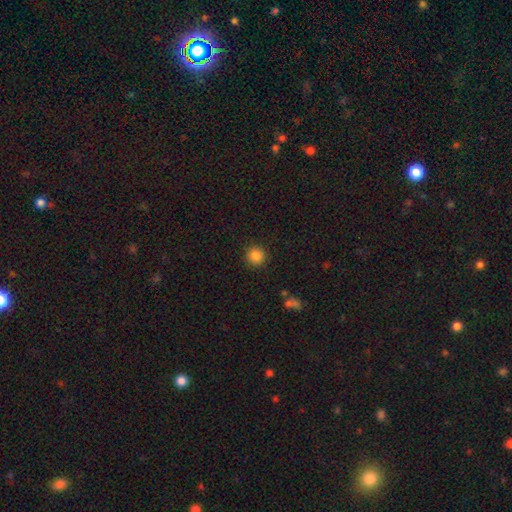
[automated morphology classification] type=smooth (86%); roundness=round (94%); merging=none (91%).